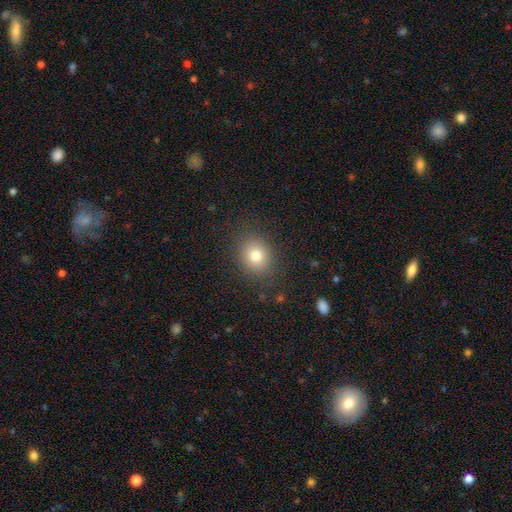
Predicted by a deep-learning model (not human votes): smooth 77%, star or artifact 13%, featured or disk 10%. Down the decision tree: how rounded — round (64%); merging — none (86%).